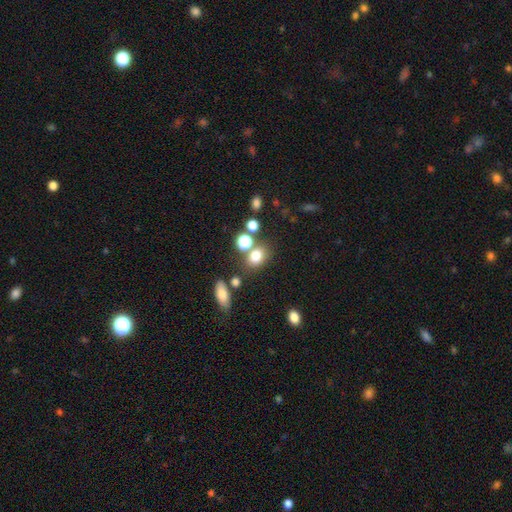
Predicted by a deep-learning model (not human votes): Smooth or featured?
  - smooth: 75% *
  - star or artifact: 16%
  - featured or disk: 9%
How rounded?
  - in between: 50% *
  - round: 48%
  - cigar-shaped: 2%
Merging?
  - none: 63% *
  - merger: 19%
  - minor disturbance: 13%
  - major disturbance: 5%